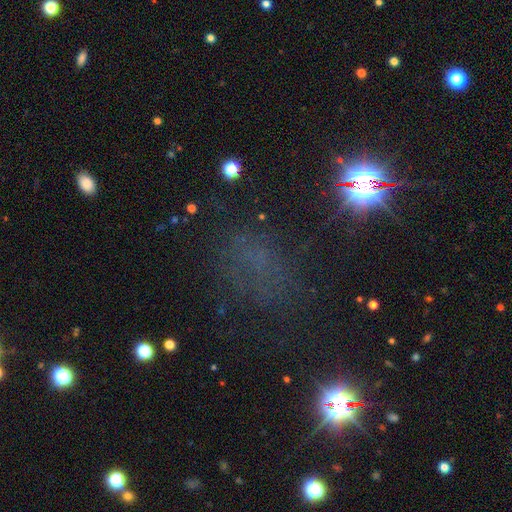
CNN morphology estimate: Smooth or featured?
  - star or artifact: 46% *
  - smooth: 40%
  - featured or disk: 14%